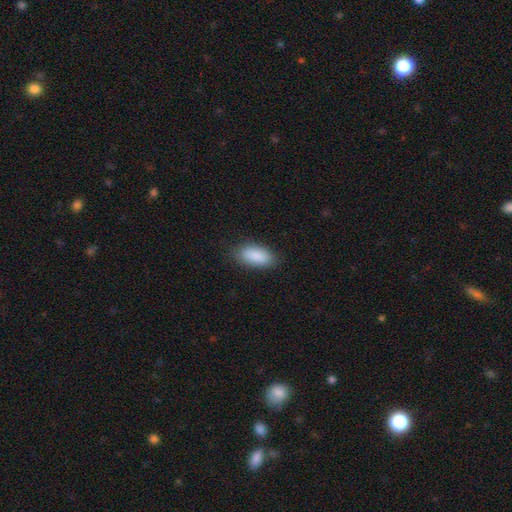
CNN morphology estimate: Smooth or featured: smooth — 89% (star or artifact — 6%)
How rounded: in between — 88% (cigar-shaped — 9%)
Merging: none — 84% (minor disturbance — 12%)